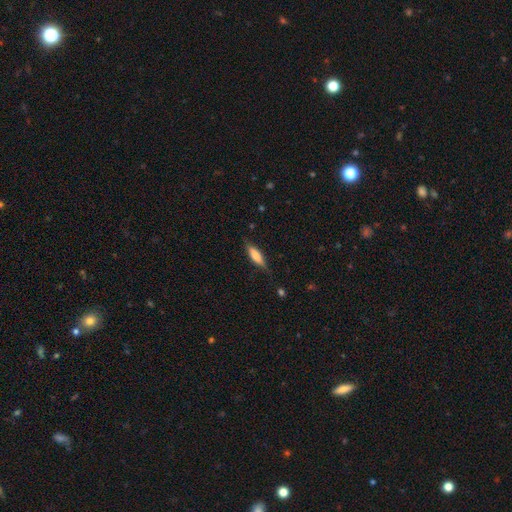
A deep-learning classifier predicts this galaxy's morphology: The model was most divided on "how rounded": cigar-shaped: 57%, in between: 42%, round: 2%. More confident: merging — none (76%); smooth or featured — smooth (66%).